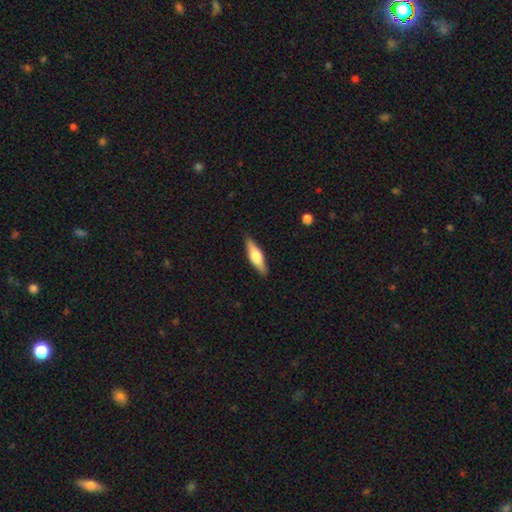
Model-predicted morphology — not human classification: A smooth galaxy with no disk features (47%, tied with featured or disk). Merging: none (89%).